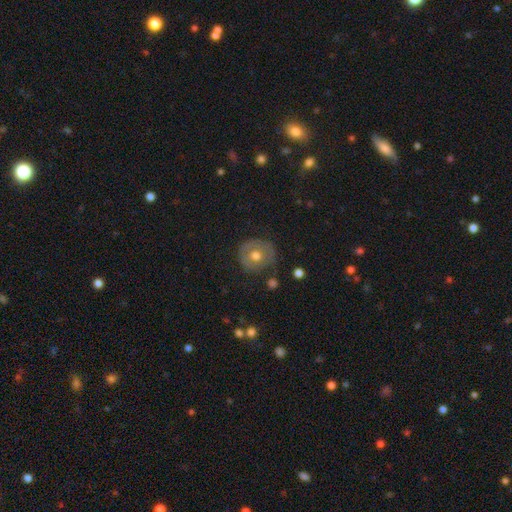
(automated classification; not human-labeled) Smooth or featured? Predicted: smooth (p=0.56). How rounded? Predicted: round (p=0.87). Merging? Predicted: none (p=0.75).